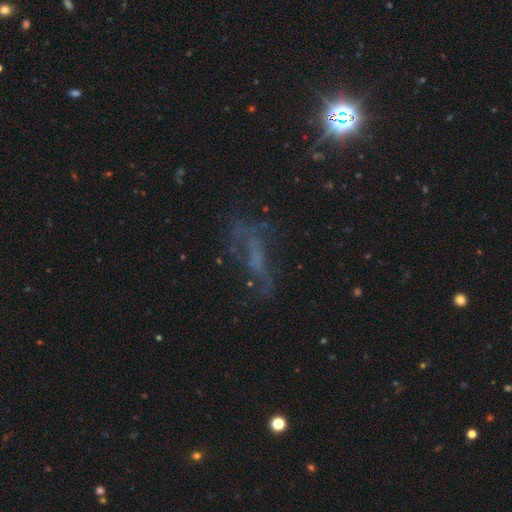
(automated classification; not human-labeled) Overall: featured or disk (44%; star or artifact 33%). Merging: none (50%; major disturbance 27%).